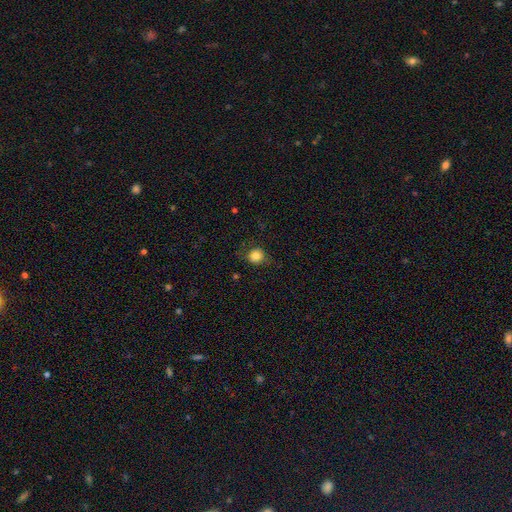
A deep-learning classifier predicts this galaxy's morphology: smooth-or-featured: smooth: 82% | star or artifact: 10% | featured or disk: 7%
  how-rounded: round: 84% | in between: 15% | cigar-shaped: 1%
  merging: none: 76% | minor disturbance: 17% | major disturbance: 6% | merger: 1%